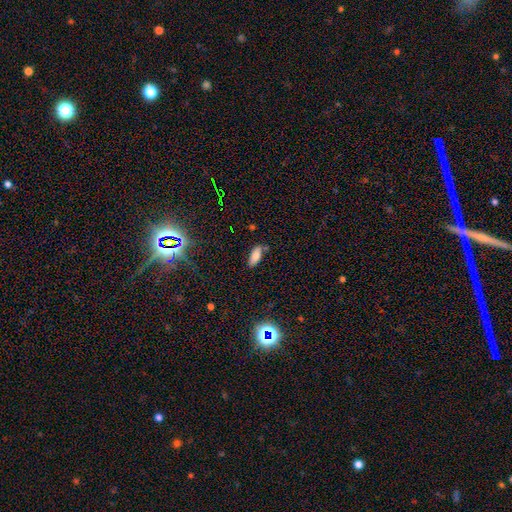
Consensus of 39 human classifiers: Volunteers were most divided on "merging": none: 66%, minor disturbance: 23%, merger: 9%, major disturbance: 3%. More confident: how rounded — in between (83%); smooth or featured — smooth (77%).